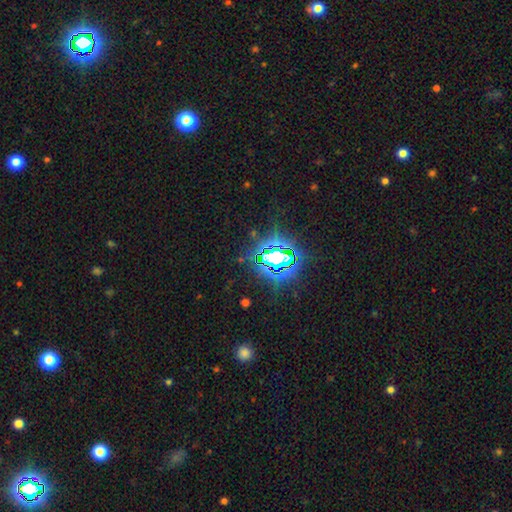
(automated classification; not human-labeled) A star or artifact, not a galaxy (84%).

Vote fractions:
- Smooth or featured? star or artifact: 84% / smooth: 9% / featured or disk: 7%